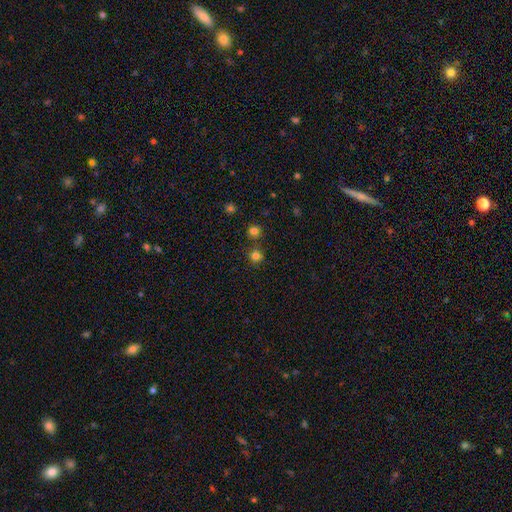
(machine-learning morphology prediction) type=smooth (74%); roundness=round (91%); merging=none (74%).